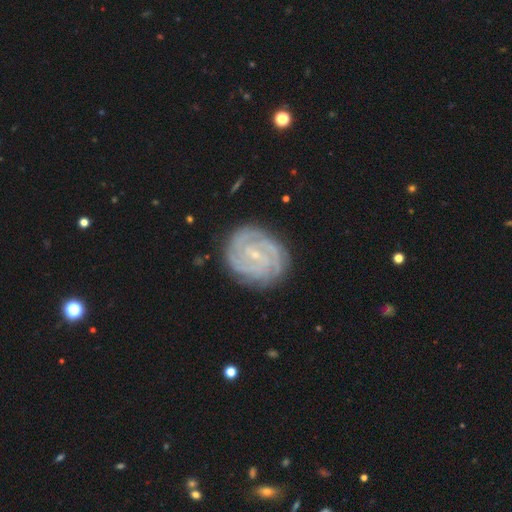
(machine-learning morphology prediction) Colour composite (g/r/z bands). It shows a featured or disk galaxy (87%) with no bar (44%), 3 (24%, tied with 2) tight (79%) spiral arms (98%) and a small central bulge (83%). Merging: none (83%).